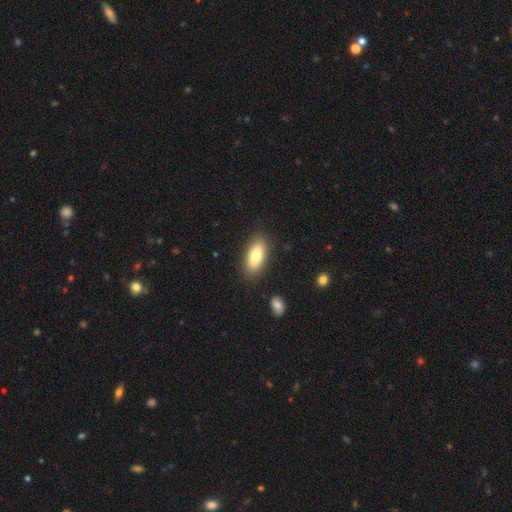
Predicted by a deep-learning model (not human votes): Q: Smooth or featured?
A: smooth (82%); runner-up: featured or disk (12%)
Q: How rounded?
A: in between (87%); runner-up: cigar-shaped (11%)
Q: Merging?
A: none (86%); runner-up: minor disturbance (10%)